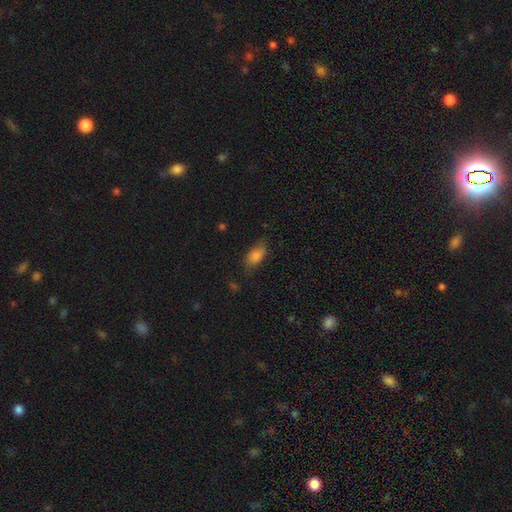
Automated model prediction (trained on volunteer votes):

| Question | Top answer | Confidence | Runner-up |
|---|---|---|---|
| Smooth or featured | smooth | 83% | featured or disk (9%) |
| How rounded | in between | 89% | cigar-shaped (6%) |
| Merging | none | 67% | minor disturbance (23%) |